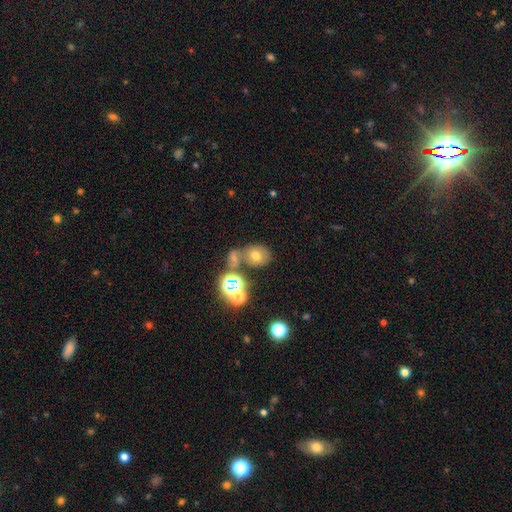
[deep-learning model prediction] Smooth or featured? Predicted: smooth (p=0.61). How rounded? Predicted: round (p=0.57). Merging? Predicted: none (p=0.52).